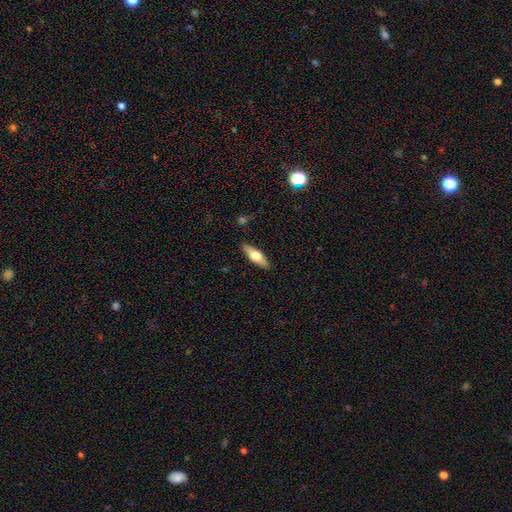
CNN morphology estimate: Smooth or featured? Predicted: smooth (p=0.50). Merging? Predicted: none (p=0.88).